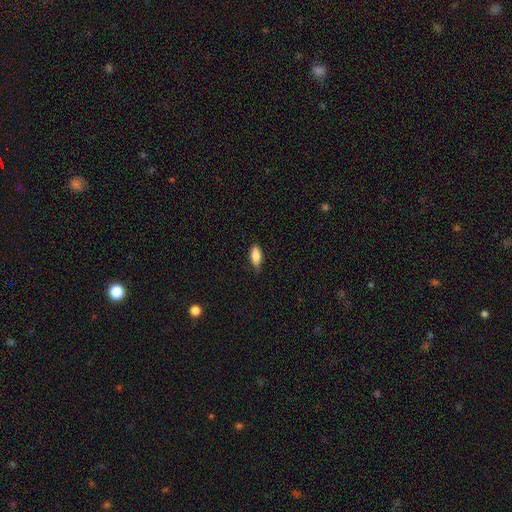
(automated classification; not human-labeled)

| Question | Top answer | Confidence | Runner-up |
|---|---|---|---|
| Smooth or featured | smooth | 82% | featured or disk (11%) |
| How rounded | in between | 80% | cigar-shaped (18%) |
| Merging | none | 70% | minor disturbance (25%) |